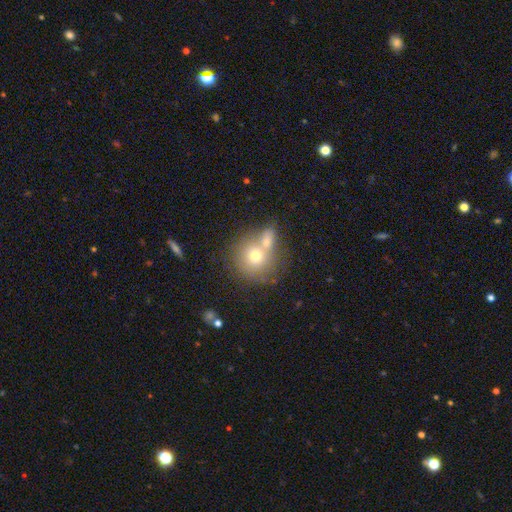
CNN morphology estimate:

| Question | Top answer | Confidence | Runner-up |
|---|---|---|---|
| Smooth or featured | smooth | 69% | featured or disk (20%) |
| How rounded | round | 87% | in between (12%) |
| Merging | merger | 46% | none (41%) |